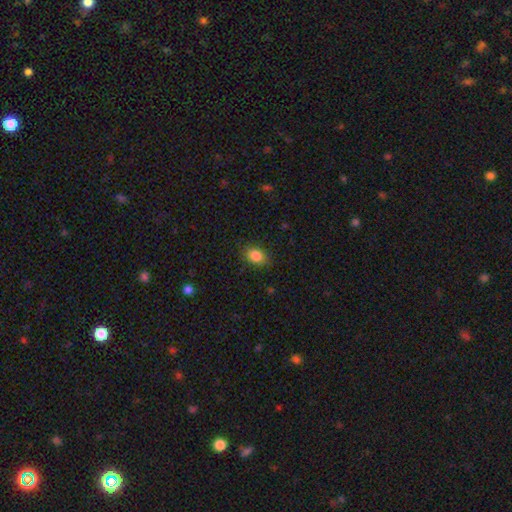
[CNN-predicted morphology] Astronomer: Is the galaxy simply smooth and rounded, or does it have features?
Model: smooth — 85%.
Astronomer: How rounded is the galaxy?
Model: in between — 71%.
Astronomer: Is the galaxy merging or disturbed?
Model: none — 85%.